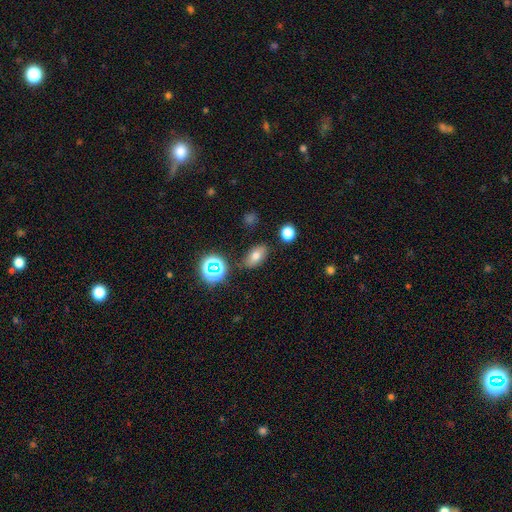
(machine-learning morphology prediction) This is likely a smooth galaxy (70%). How rounded: clearly in between (85%). Merging: clearly none (83%).